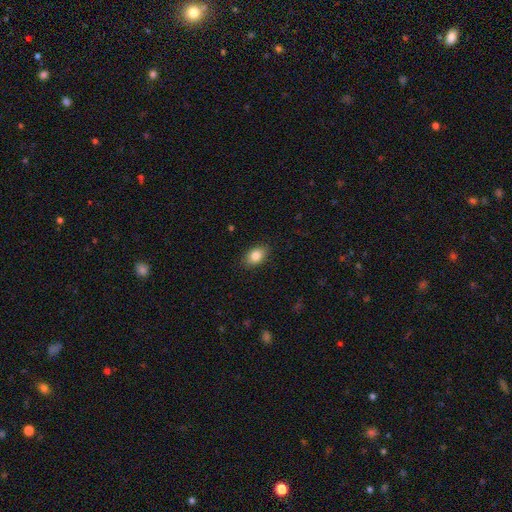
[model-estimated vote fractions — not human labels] Smooth or featured? smooth (85%)
How rounded? in between (86%)
Merging? none (88%)